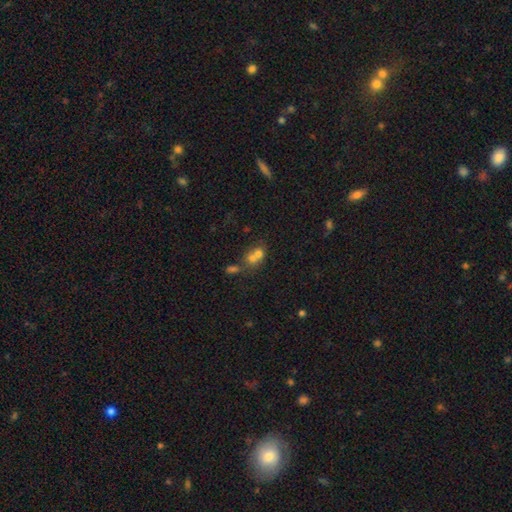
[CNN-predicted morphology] Smooth or featured?
  - smooth: 66% *
  - featured or disk: 19%
  - star or artifact: 14%
How rounded?
  - round: 65% *
  - in between: 34%
  - cigar-shaped: 2%
Merging?
  - merger: 67% *
  - none: 24%
  - minor disturbance: 6%
  - major disturbance: 3%